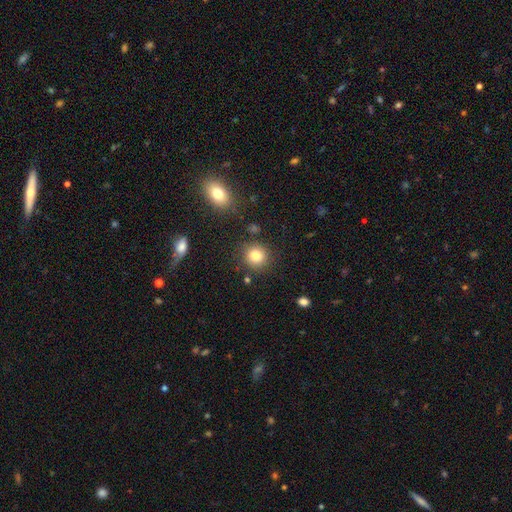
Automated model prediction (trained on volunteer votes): Overall: smooth (83%). How rounded: round (89%). Merging: none (86%).